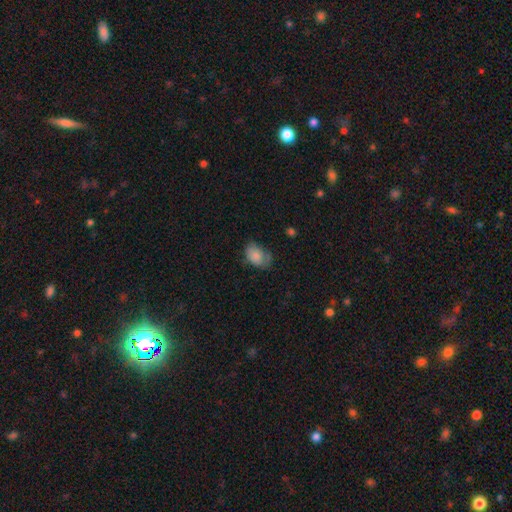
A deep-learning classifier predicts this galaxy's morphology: This appears to be a smooth galaxy with no disk features (81%) that is in between round and cigar-shaped (83%). Merging: none (51%).